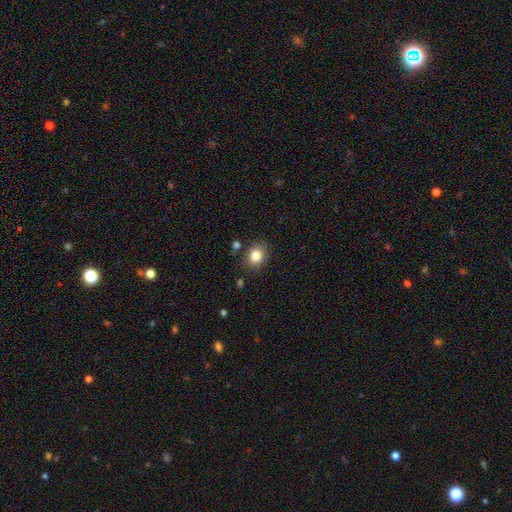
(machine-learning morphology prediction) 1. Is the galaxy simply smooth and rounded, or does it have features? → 84% smooth, 10% star or artifact, 6% featured or disk.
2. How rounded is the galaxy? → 56% round, 43% in between, 1% cigar-shaped.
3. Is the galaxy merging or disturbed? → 82% none, 11% minor disturbance, 4% merger, 3% major disturbance.